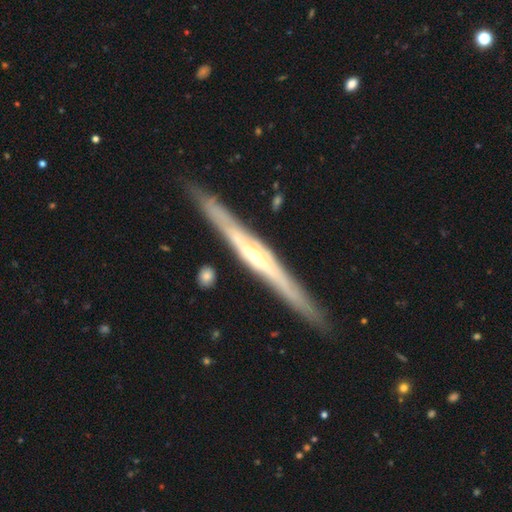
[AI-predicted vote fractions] Smooth or featured?
  - featured or disk: 80% *
  - smooth: 14%
  - star or artifact: 5%
Edge-on disk?
  - yes: 96% *
  - no: 4%
Edge-on bulge?
  - rounded: 69% *
  - none: 22%
  - boxy: 9%
Merging?
  - none: 89% *
  - minor disturbance: 8%
  - major disturbance: 2%
  - merger: 1%